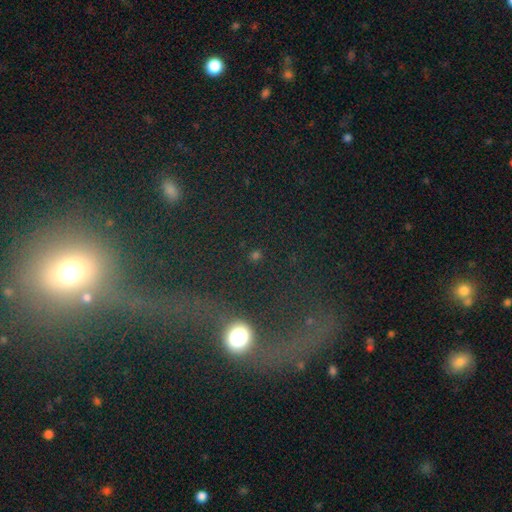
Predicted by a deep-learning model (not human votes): Smooth or featured? Predicted: smooth (p=0.48). Merging? Predicted: none (p=0.70).